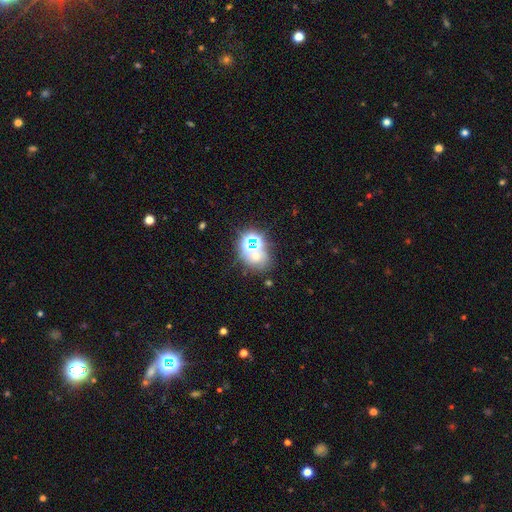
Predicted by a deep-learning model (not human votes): Morphology: type=star or artifact (47%).